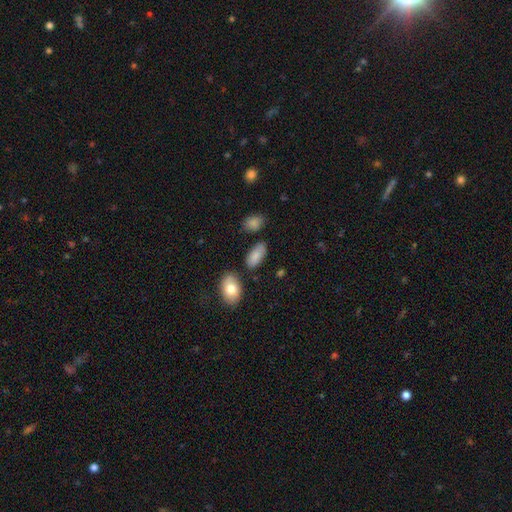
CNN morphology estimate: smooth 86%, star or artifact 7%, featured or disk 7%. Down the decision tree: how rounded — in between (93%); merging — none (77%).